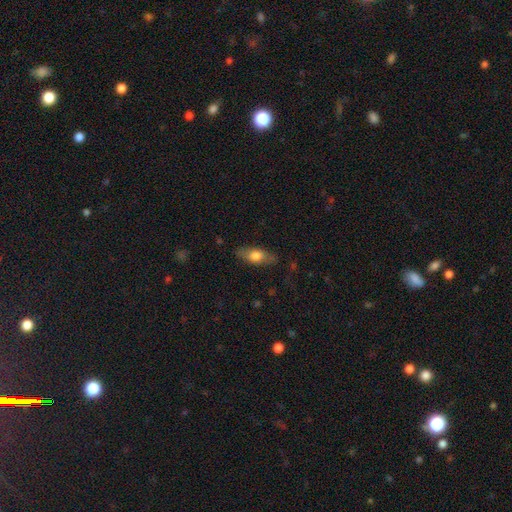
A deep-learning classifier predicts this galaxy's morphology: smooth 68%, featured or disk 26%, star or artifact 7%. Down the decision tree: how rounded — in between (76%); merging — none (79%).